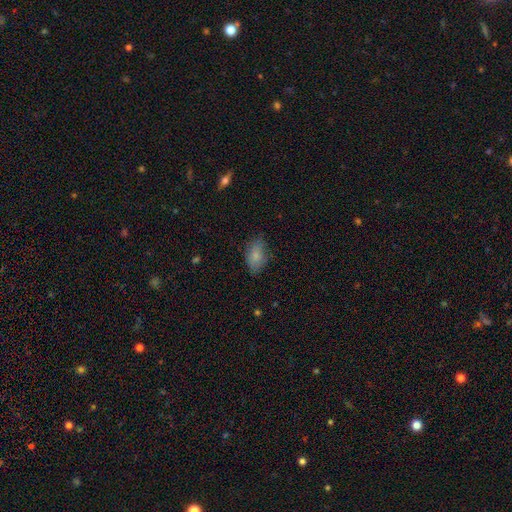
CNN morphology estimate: smooth_or_featured: smooth (p=0.83) [alt: featured or disk p=0.09]
how_rounded: in between (p=0.88) [alt: round p=0.10]
merging: none (p=0.75) [alt: minor disturbance p=0.19]